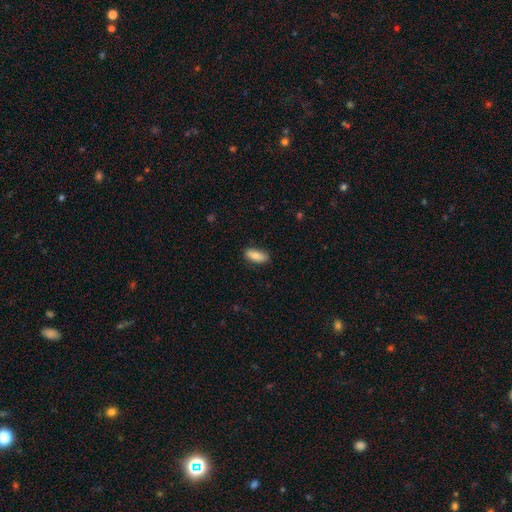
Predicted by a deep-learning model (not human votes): Morphology: type=smooth (83%); roundness=in between (79%); merging=none (84%).